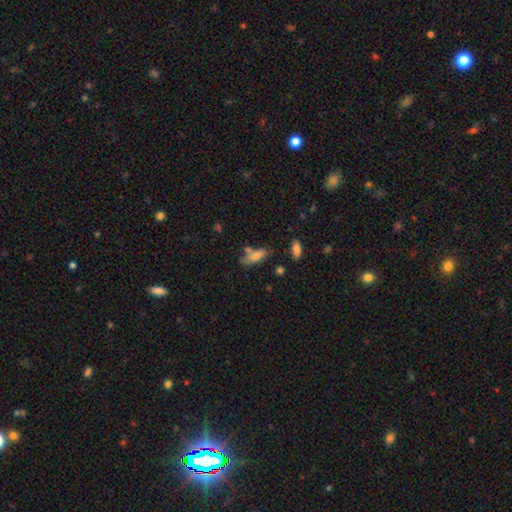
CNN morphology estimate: smooth 72%, featured or disk 19%, star or artifact 9%. Down the decision tree: how rounded — in between (62%); merging — none (54%).